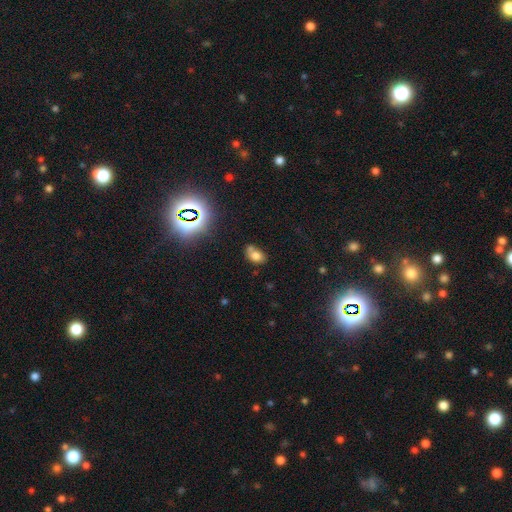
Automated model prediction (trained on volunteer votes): smooth-or-featured: smooth: 71% | star or artifact: 17% | featured or disk: 13%
  how-rounded: in between: 76% | round: 22% | cigar-shaped: 2%
  merging: none: 44% | merger: 31% | minor disturbance: 18% | major disturbance: 7%